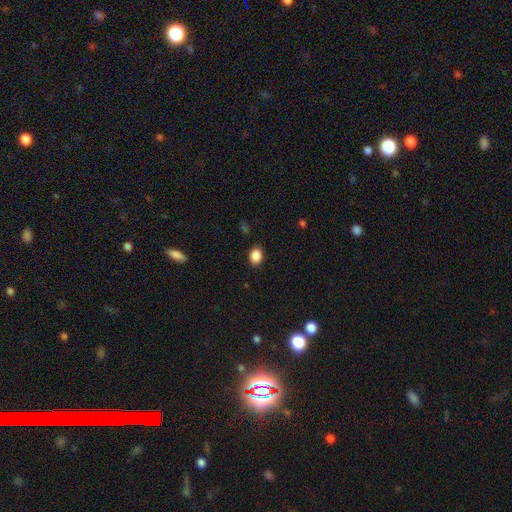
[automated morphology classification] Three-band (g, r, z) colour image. It shows a smooth galaxy with no disk features (87%) that is in between round and cigar-shaped (61%). Merging: none (88%).